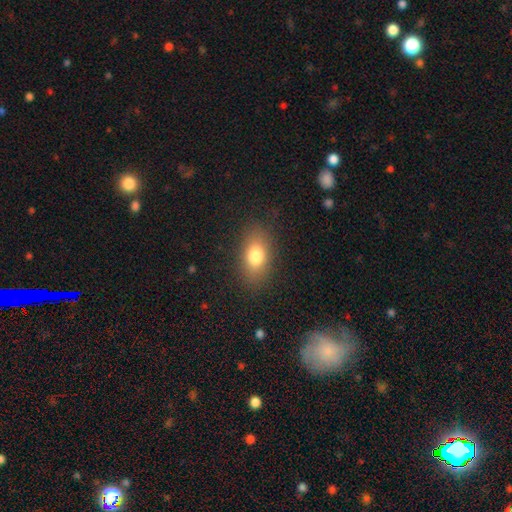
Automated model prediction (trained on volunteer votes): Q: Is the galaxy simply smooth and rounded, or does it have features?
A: smooth — 77%.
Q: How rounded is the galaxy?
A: in between — 83%.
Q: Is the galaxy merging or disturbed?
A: none — 84%.